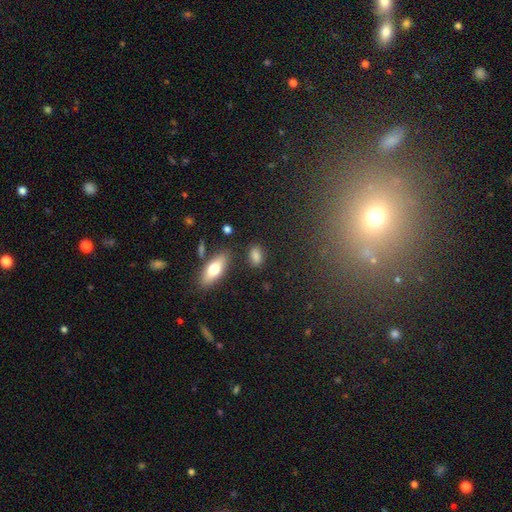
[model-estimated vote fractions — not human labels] Smooth or featured? Predicted: smooth (p=0.82). How rounded? Predicted: in between (p=0.83). Merging? Predicted: none (p=0.79).